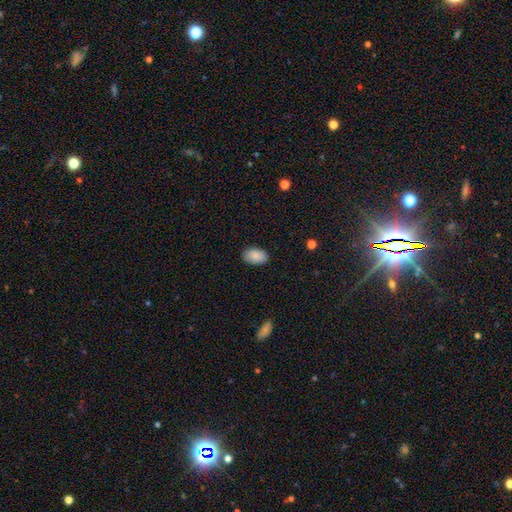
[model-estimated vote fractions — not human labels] smooth 89%, star or artifact 7%, featured or disk 4%. Down the decision tree: how rounded — in between (92%); merging — none (88%).